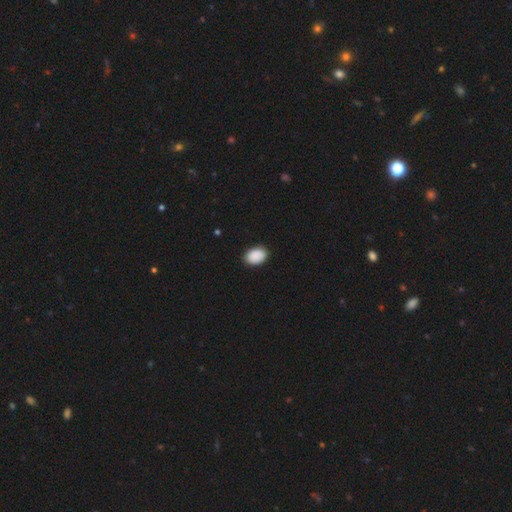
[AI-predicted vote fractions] This appears to be a smooth galaxy with no disk features (90%) that is in between round and cigar-shaped (83%). Merging: none (88%).